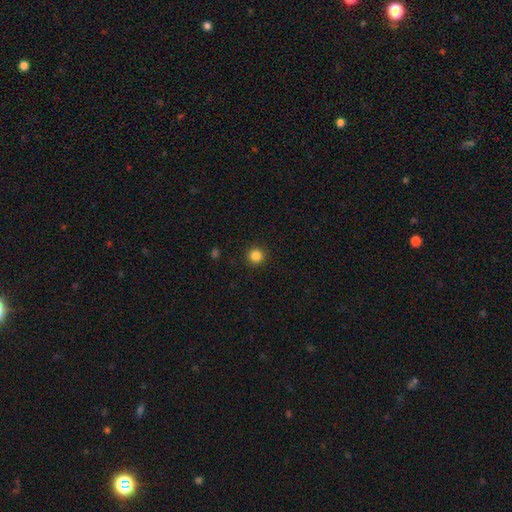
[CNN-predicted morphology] smooth_or_featured: smooth (p=0.85) [alt: star or artifact p=0.12]
how_rounded: round (p=0.96) [alt: in between p=0.04]
merging: none (p=0.92) [alt: minor disturbance p=0.05]